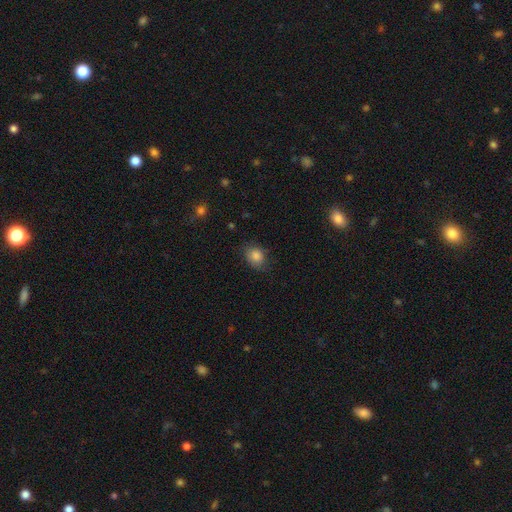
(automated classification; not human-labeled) The model was most divided on "how rounded": round: 50%, in between: 49%, cigar-shaped: 1%. More confident: smooth or featured — smooth (85%); merging — none (70%).